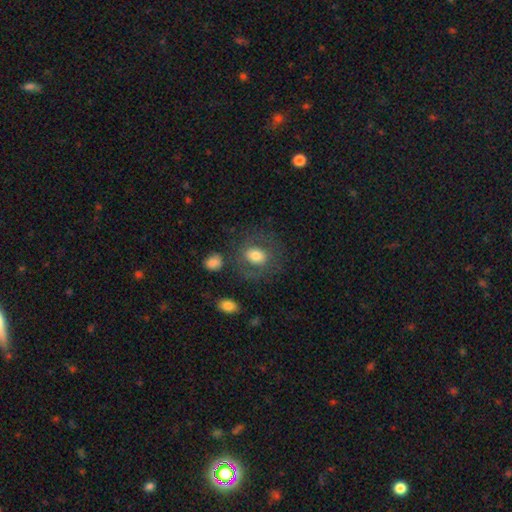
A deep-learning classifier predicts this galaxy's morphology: Overall: smooth (64%; featured or disk 27%). How rounded: round (56%; in between 43%). Merging: none (69%).